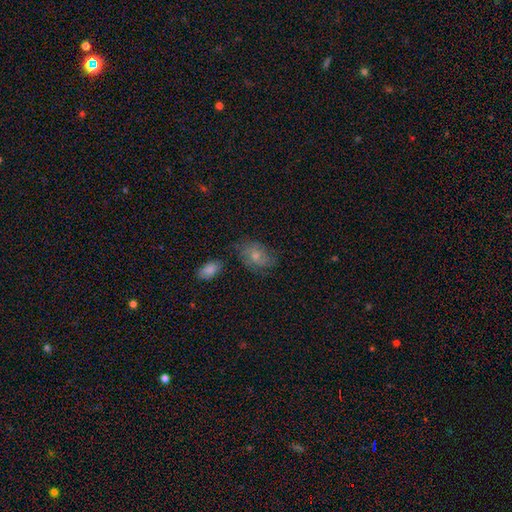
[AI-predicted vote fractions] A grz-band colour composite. It shows a smooth galaxy with no disk features (53%) that is in between round and cigar-shaped (74%). Merging: none (65%).